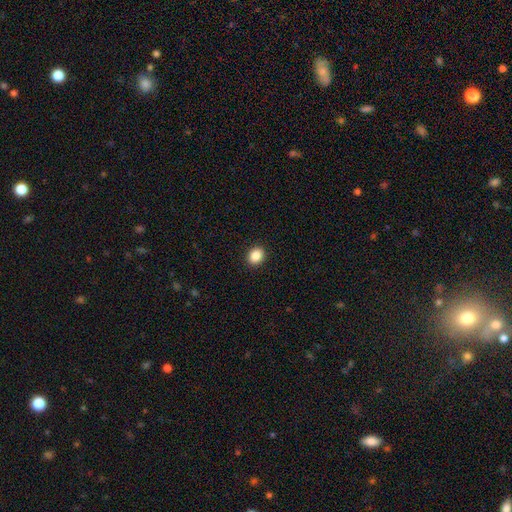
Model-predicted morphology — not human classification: The model was most divided on "how rounded": round: 54%, in between: 45%, cigar-shaped: 1%. More confident: merging — none (92%); smooth or featured — smooth (87%).